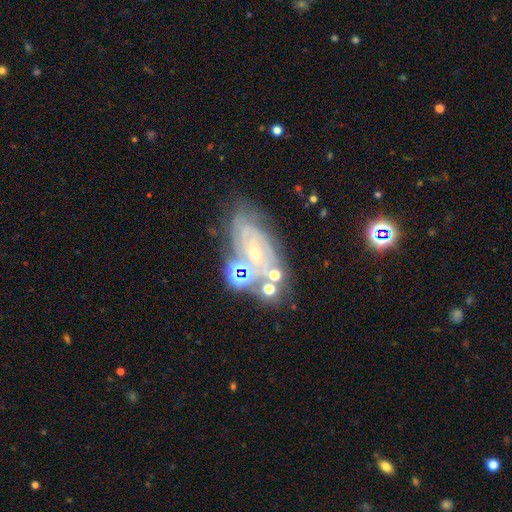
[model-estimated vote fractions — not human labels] Smooth or featured? Predicted: featured or disk (p=0.70). Edge-on disk? Predicted: no (p=0.93). Bar? Predicted: no (p=0.60). Spiral arms? Predicted: yes (p=0.84). Spiral winding? Predicted: tight (p=0.60). Spiral arm count? Predicted: can't tell (p=0.46). Bulge size? Predicted: small (p=0.76). Merging? Predicted: none (p=0.57).